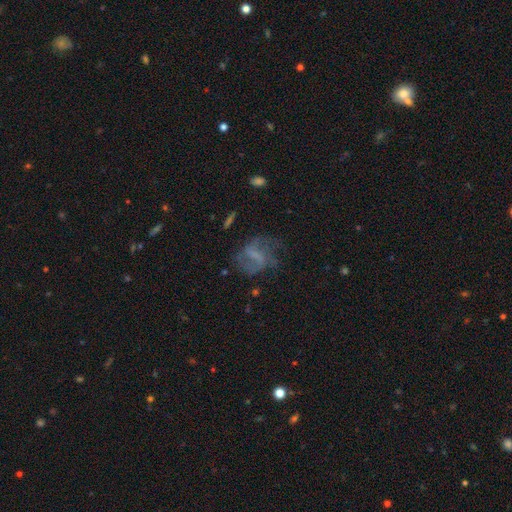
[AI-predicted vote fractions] Morphology: type=featured or disk (64%); edge-on=no (97%); bar=weak (44%); spiral arms=yes (75%); bulge=none (57%); merging=none (50%).